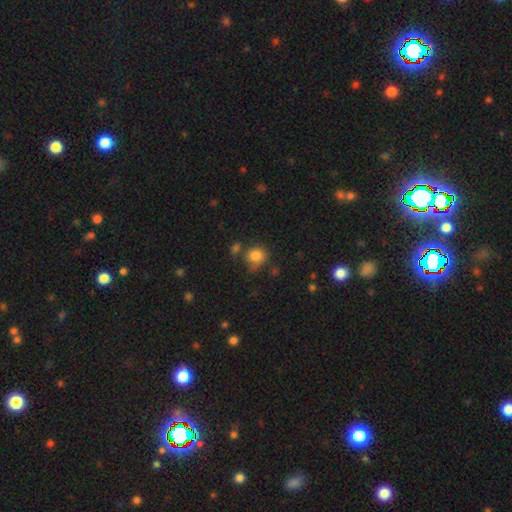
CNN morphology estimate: smooth-or-featured: smooth: 82% | star or artifact: 11% | featured or disk: 7%
  how-rounded: round: 73% | in between: 26% | cigar-shaped: 1%
  merging: none: 56% | minor disturbance: 22% | merger: 12% | major disturbance: 10%